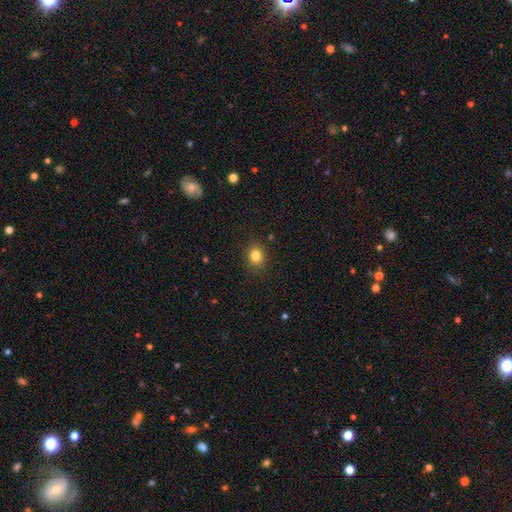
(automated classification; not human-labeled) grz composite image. It shows a smooth galaxy with no disk features (82%) that is round (65%). Merging: none (87%).